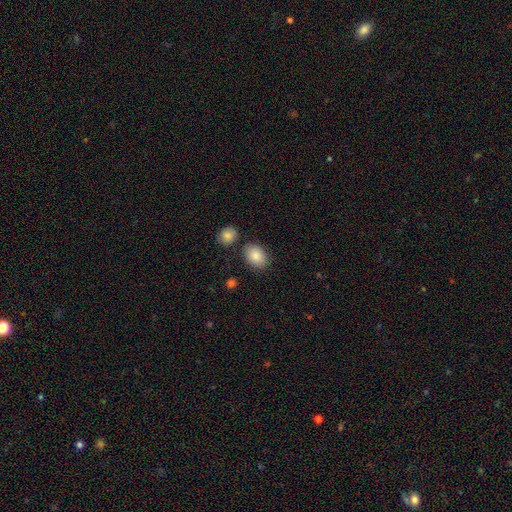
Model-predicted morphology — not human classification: Smooth or featured?
  - smooth: 85% *
  - star or artifact: 8%
  - featured or disk: 7%
How rounded?
  - in between: 73% *
  - round: 26%
  - cigar-shaped: 1%
Merging?
  - none: 80% *
  - minor disturbance: 11%
  - merger: 6%
  - major disturbance: 3%